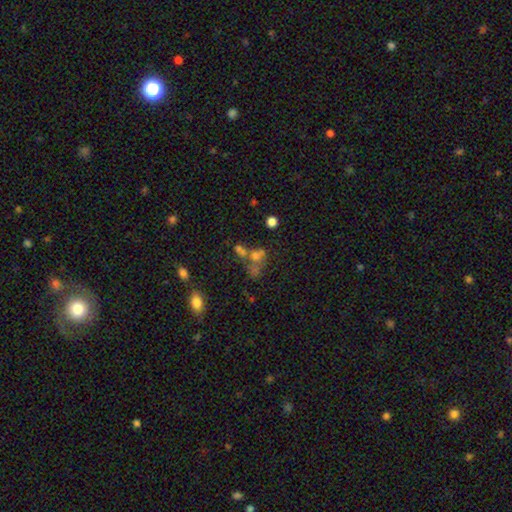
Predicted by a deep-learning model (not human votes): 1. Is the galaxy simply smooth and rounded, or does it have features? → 54% smooth, 24% star or artifact, 22% featured or disk.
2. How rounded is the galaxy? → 54% round, 44% in between, 3% cigar-shaped.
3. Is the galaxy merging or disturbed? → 49% merger, 29% none, 11% major disturbance, 10% minor disturbance.